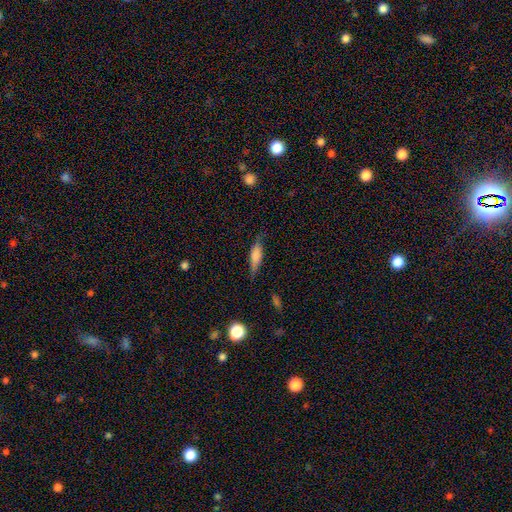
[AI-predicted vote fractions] This is likely a smooth galaxy (62%). How rounded: likely cigar-shaped (61%). Merging: likely none (74%).